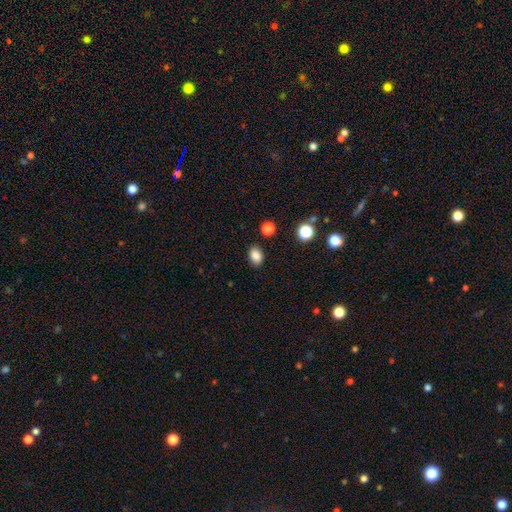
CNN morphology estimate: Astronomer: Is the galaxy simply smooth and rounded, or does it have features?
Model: smooth — 85%.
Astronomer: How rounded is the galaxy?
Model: in between — 76%.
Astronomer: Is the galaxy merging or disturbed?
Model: none — 87%.